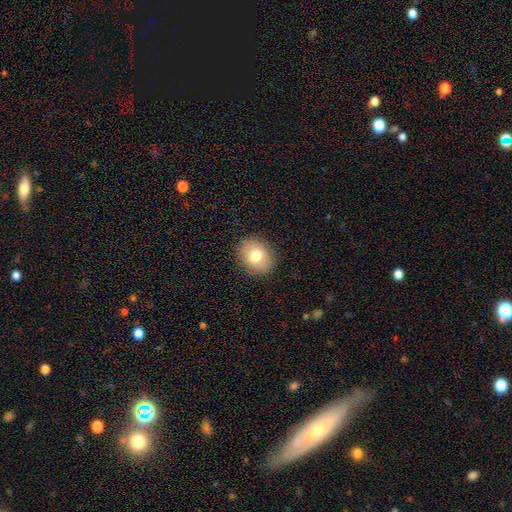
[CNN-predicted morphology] This appears to be a smooth galaxy with no disk features (77%) that is round (54%). Merging: none (89%).